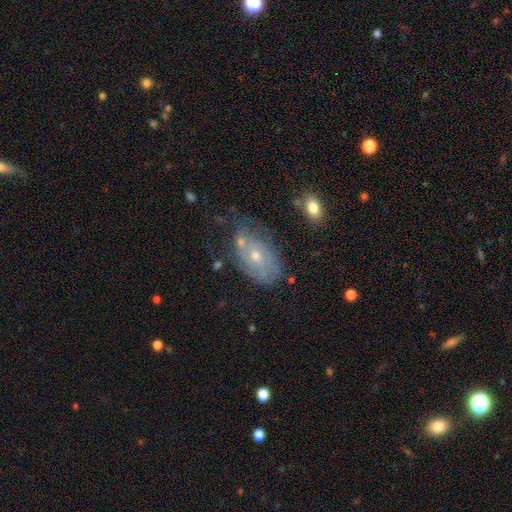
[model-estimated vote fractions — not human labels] This appears to be a featured or disk galaxy (70%) with no bar (77%), tight (64%) spiral arms (76%) and a small central bulge (49%). Merging: none (52%).